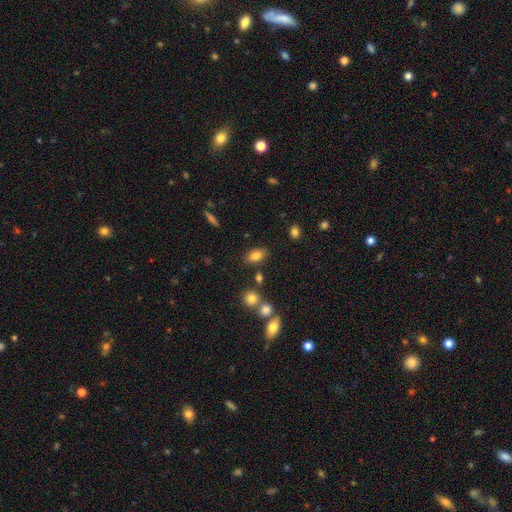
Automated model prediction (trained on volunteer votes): A smooth galaxy with no disk features (81%) that is in between round and cigar-shaped (88%). Merging: none (79%).